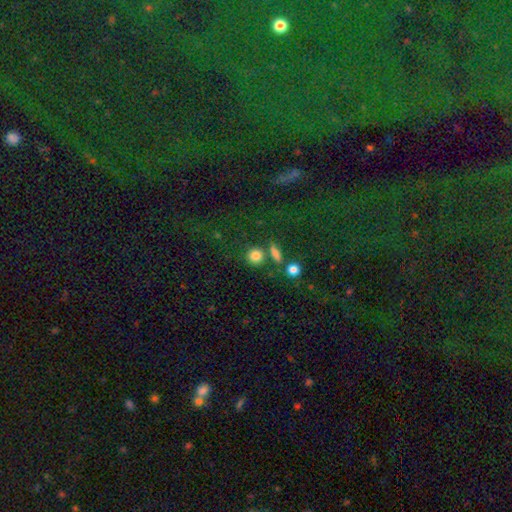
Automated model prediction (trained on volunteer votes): Overall: smooth (83%). How rounded: round (86%). Merging: none (73%).